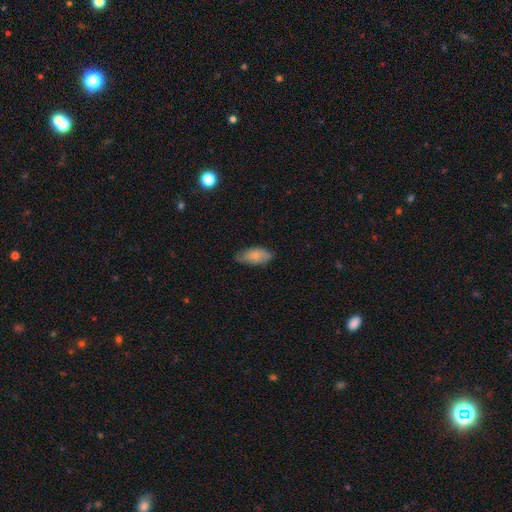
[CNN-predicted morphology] A smooth galaxy with no disk features (78%) that is in between round and cigar-shaped (90%).

Vote fractions:
- Smooth or featured? smooth: 78% / featured or disk: 15% / star or artifact: 6%
- How rounded? in between: 90% / cigar-shaped: 8% / round: 3%
- Merging? none: 71% / minor disturbance: 23% / major disturbance: 4% / merger: 1%